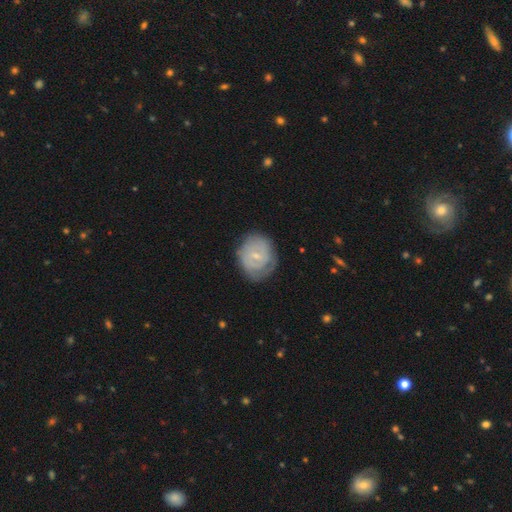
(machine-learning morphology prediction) Smooth or featured? Predicted: featured or disk (p=0.62). Edge-on disk? Predicted: no (p=0.97). Bar? Predicted: weak (p=0.49). Spiral arms? Predicted: yes (p=0.75). Bulge size? Predicted: small (p=0.69). Merging? Predicted: none (p=0.68).